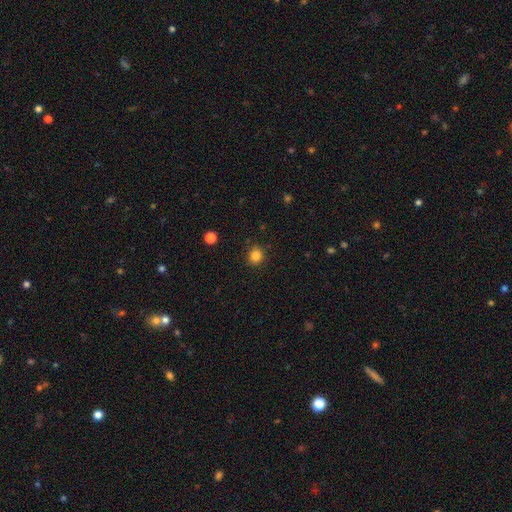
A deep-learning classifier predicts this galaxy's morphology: This appears to be a smooth galaxy with no disk features (84%) that is round (89%). Merging: none (89%).